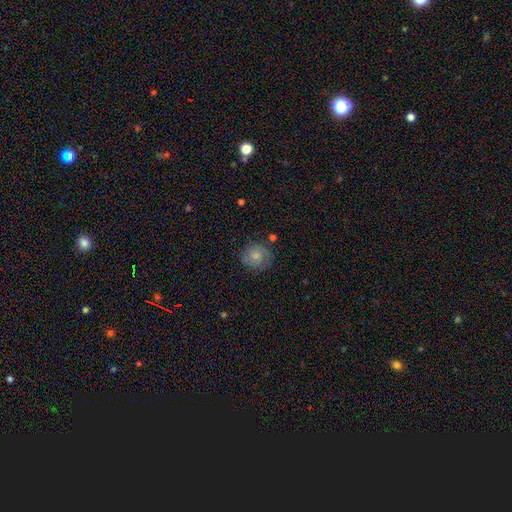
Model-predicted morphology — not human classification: The model was most divided on "smooth or featured": smooth: 66%, featured or disk: 25%, star or artifact: 8%. More confident: how rounded — round (87%); merging — none (74%).